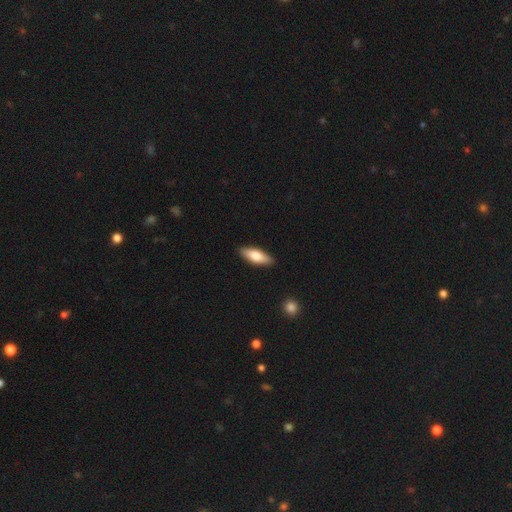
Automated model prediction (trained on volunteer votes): Morphology: type=smooth (71%); roundness=in between (61%); merging=none (89%).